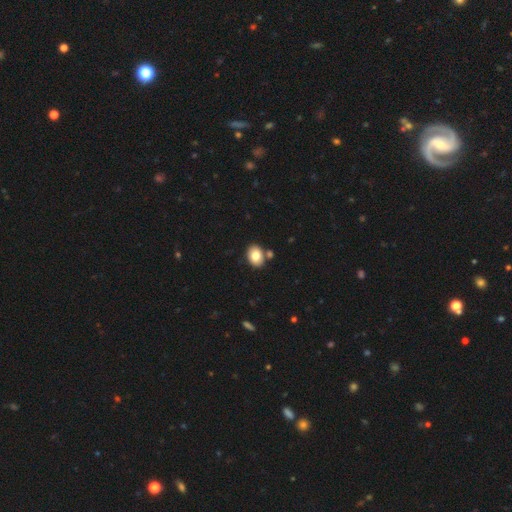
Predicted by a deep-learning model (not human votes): A smooth galaxy with no disk features (81%) that is in between round and cigar-shaped (66%). Merging: none (77%).